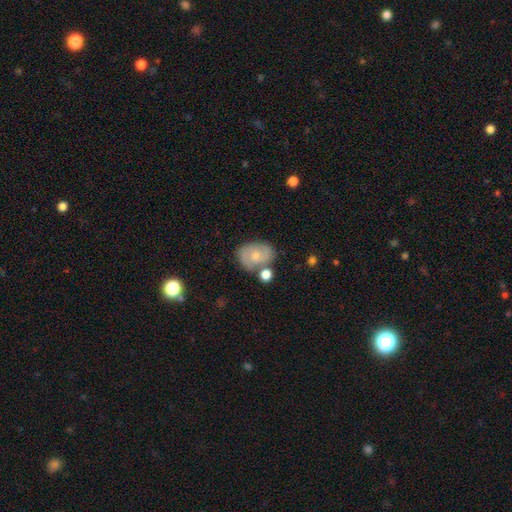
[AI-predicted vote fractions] This appears to be a featured or disk galaxy (53%) with no bar (70%), spiral arms (79%) and a small central bulge (49%). Merging: none (63%).